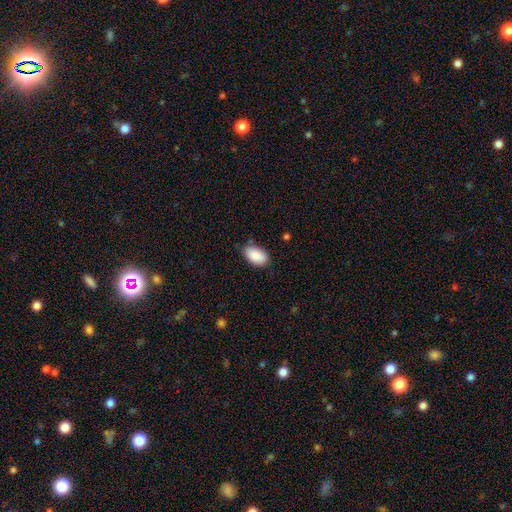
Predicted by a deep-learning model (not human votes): A smooth galaxy with no disk features (90%) that is in between round and cigar-shaped (94%).

Vote fractions:
- Smooth or featured? smooth: 90% / star or artifact: 7% / featured or disk: 4%
- How rounded? in between: 94% / round: 4% / cigar-shaped: 2%
- Merging? none: 80% / minor disturbance: 16% / major disturbance: 3% / merger: 2%